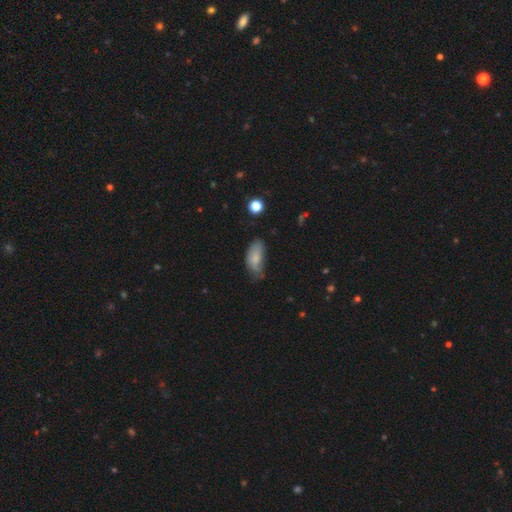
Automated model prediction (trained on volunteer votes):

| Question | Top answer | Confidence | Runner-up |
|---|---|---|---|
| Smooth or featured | smooth | 76% | featured or disk (16%) |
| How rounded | in between | 89% | cigar-shaped (8%) |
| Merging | none | 46% | minor disturbance (39%) |